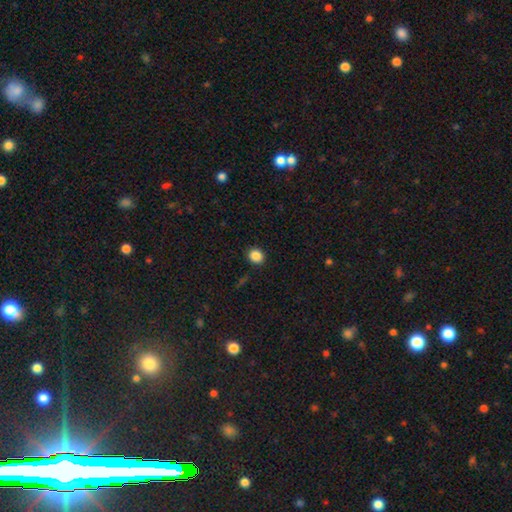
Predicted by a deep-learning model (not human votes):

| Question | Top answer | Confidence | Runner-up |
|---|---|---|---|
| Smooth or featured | smooth | 86% | star or artifact (10%) |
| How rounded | round | 76% | in between (23%) |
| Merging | none | 91% | minor disturbance (6%) |